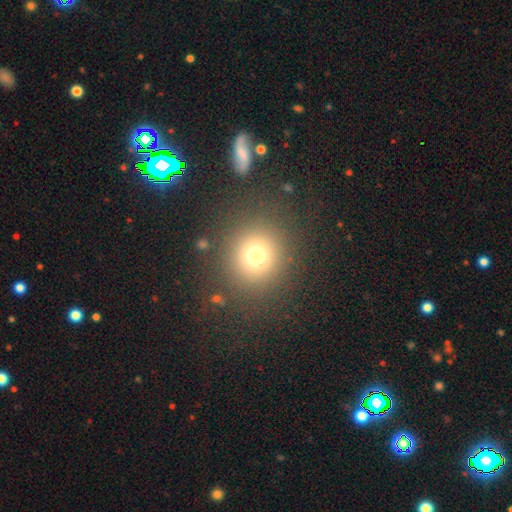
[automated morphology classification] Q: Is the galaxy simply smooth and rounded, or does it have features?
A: smooth — 71%.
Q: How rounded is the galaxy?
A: round — 90%.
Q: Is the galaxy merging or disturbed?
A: none — 85%.